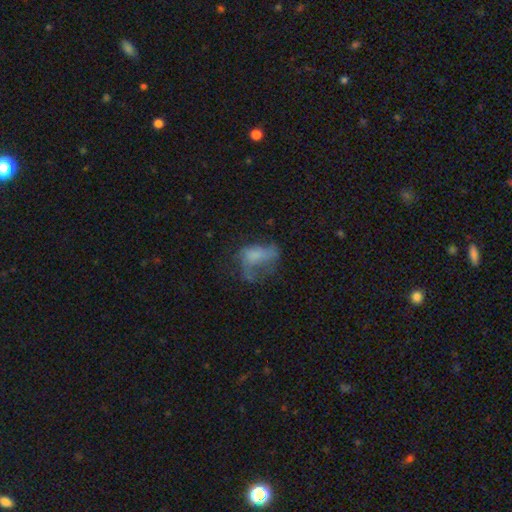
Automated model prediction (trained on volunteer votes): Smooth or featured: smooth — 46% (featured or disk — 40%)
Merging: major disturbance — 47% (none — 27%)